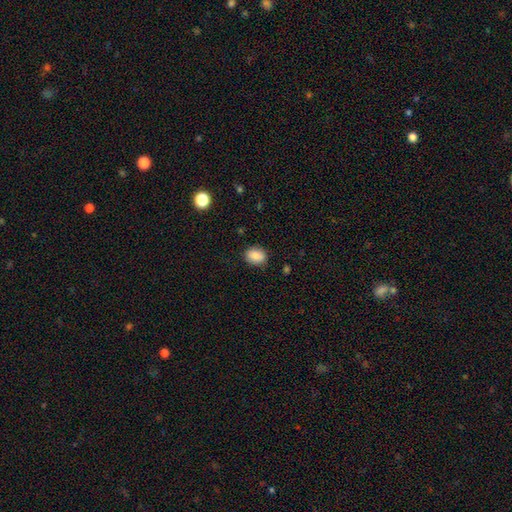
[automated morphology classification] type=smooth (86%); roundness=in between (56%); merging=none (85%).